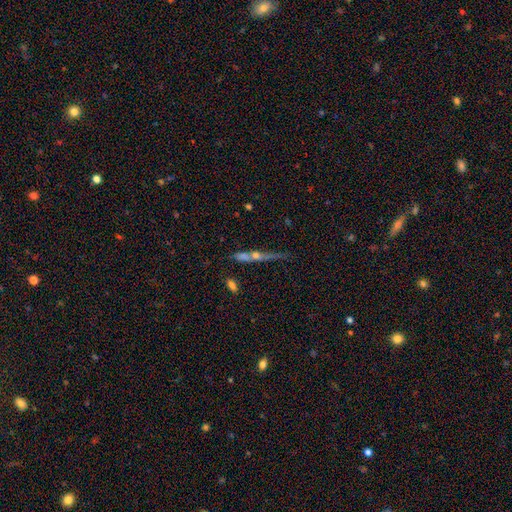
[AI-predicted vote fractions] A featured or disk galaxy (63%) viewed edge-on (91%) with a rounded central bulge (74%).

Vote fractions:
- Smooth or featured? featured or disk: 63% / smooth: 24% / star or artifact: 13%
- Edge-on disk? yes: 91% / no: 9%
- Edge-on bulge? rounded: 74% / none: 20% / boxy: 7%
- Merging? none: 63% / merger: 16% / minor disturbance: 14% / major disturbance: 7%